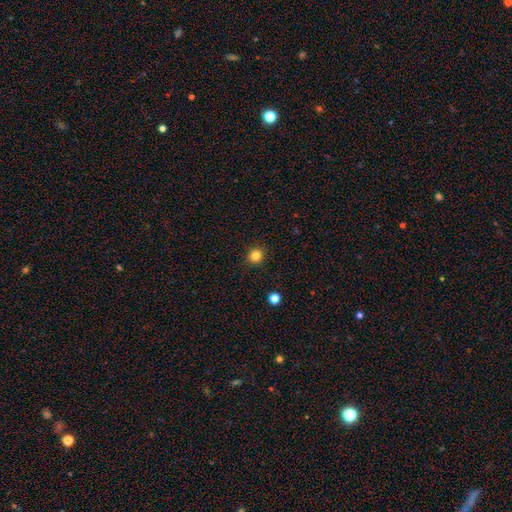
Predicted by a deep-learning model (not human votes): The model was most divided on "smooth or featured": smooth: 82%, star or artifact: 13%, featured or disk: 5%. More confident: merging — none (91%); how rounded — round (86%).